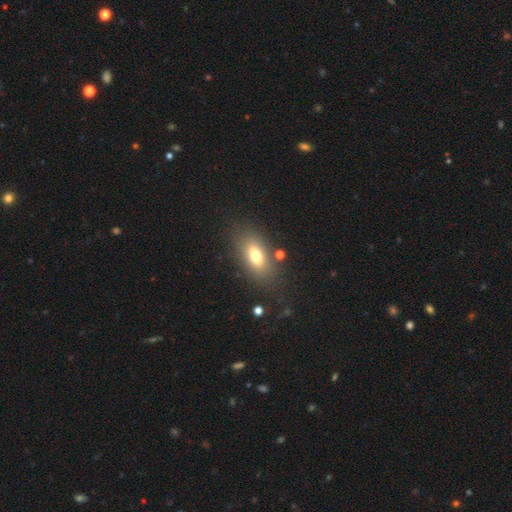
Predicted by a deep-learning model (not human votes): Overall: smooth (70%). How rounded: in between (83%). Merging: none (78%).